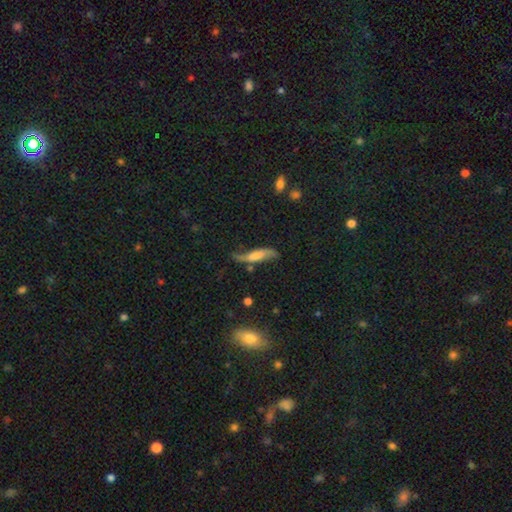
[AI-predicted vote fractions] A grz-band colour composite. It shows a featured or disk galaxy (53%). Merging: none (56%).